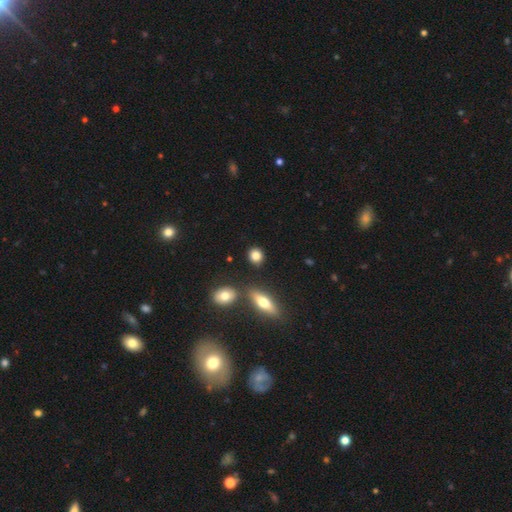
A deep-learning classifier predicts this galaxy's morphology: smooth-or-featured: smooth: 83% | star or artifact: 9% | featured or disk: 8%
  how-rounded: round: 72% | in between: 24% | cigar-shaped: 3%
  merging: none: 84% | minor disturbance: 8% | merger: 5% | major disturbance: 3%